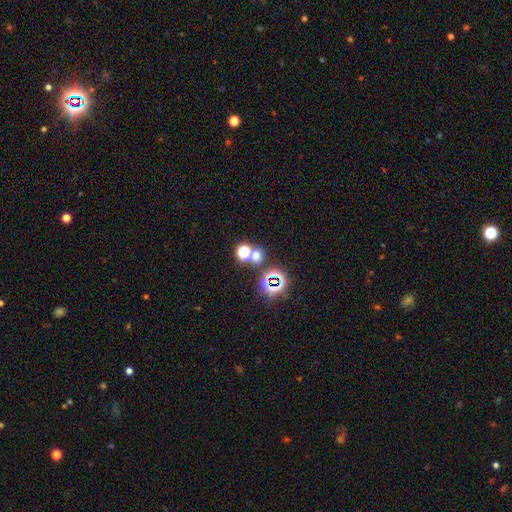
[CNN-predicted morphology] Q: Smooth or featured?
A: smooth (49%); runner-up: star or artifact (44%)
Q: Merging?
A: none (64%); runner-up: merger (25%)